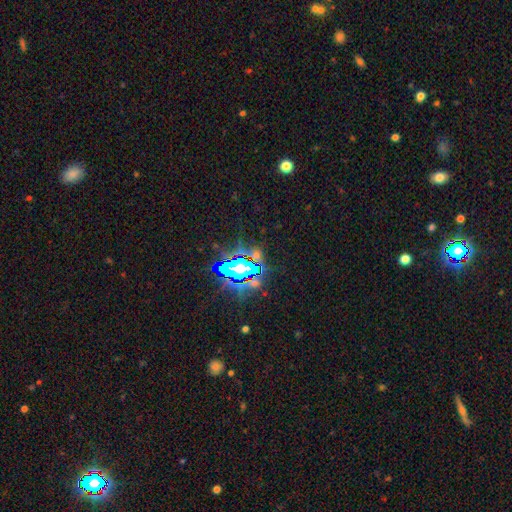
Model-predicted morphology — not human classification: This appears to be a star or artifact, not a galaxy (68%).